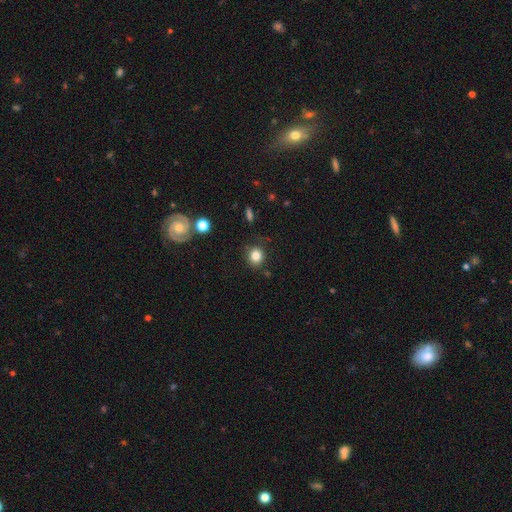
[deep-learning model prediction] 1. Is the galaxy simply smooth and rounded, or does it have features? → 83% smooth, 11% star or artifact, 6% featured or disk.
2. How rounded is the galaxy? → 79% round, 20% in between, 1% cigar-shaped.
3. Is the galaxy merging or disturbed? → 82% none, 12% minor disturbance, 3% major disturbance, 3% merger.